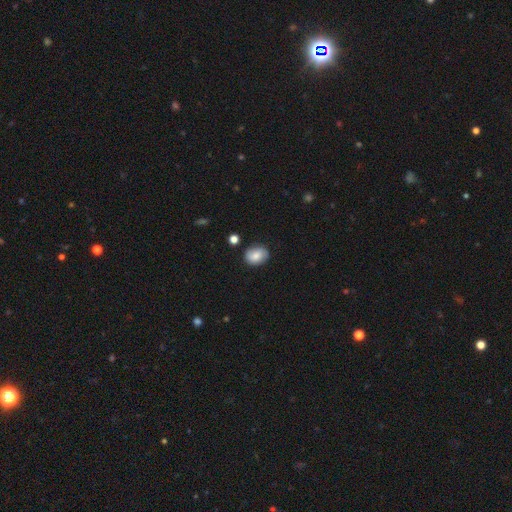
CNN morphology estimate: smooth_or_featured: smooth (p=0.70) [alt: featured or disk p=0.21]
how_rounded: in between (p=0.52) [alt: round p=0.47]
merging: none (p=0.79) [alt: minor disturbance p=0.15]